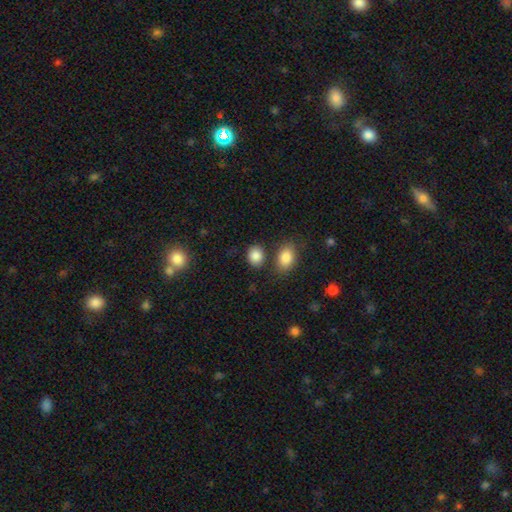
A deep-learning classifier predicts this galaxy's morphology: smooth 86%, star or artifact 9%, featured or disk 5%. Down the decision tree: how rounded — in between (52%); merging — none (76%).